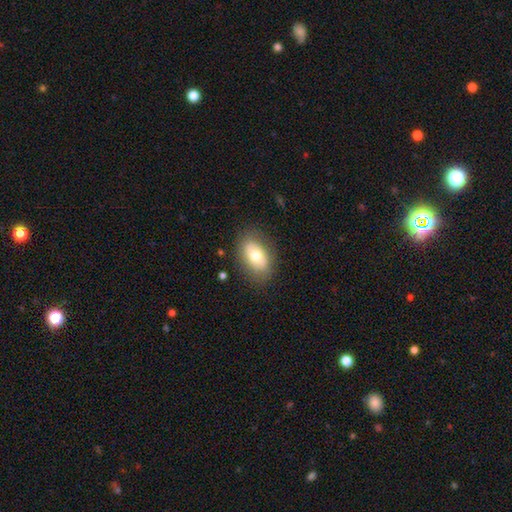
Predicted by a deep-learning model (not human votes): smooth 67%, featured or disk 26%, star or artifact 7%. Down the decision tree: how rounded — in between (88%); merging — none (81%).